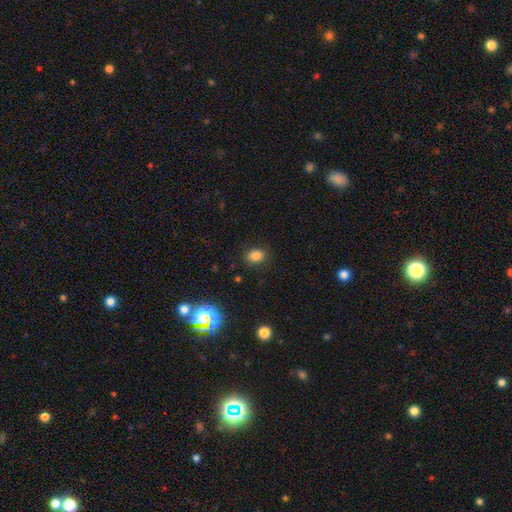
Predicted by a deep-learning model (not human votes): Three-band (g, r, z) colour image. It shows a smooth galaxy with no disk features (81%) that is in between round and cigar-shaped (61%). Merging: none (84%).